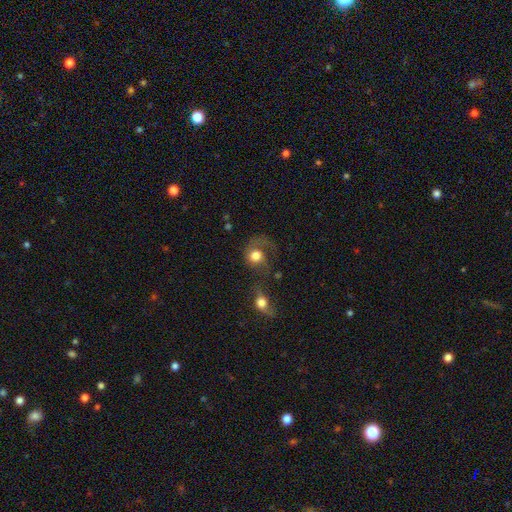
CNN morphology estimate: Smooth or featured: smooth — 60% (featured or disk — 31%)
How rounded: round — 73% (in between — 25%)
Merging: major disturbance — 37% (none — 26%)